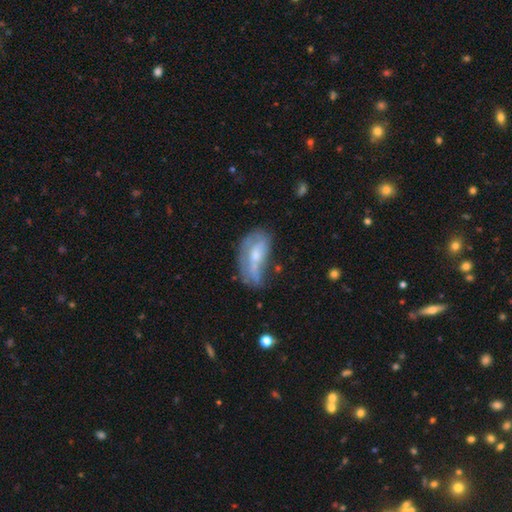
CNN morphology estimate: type=featured or disk (51%); edge-on=no (88%); merging=none (35%).